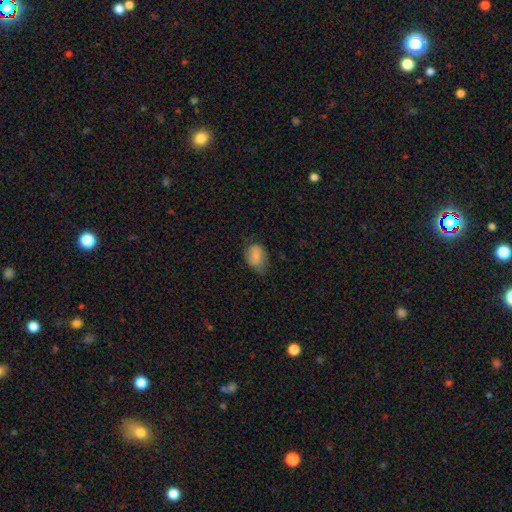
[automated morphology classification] A smooth galaxy with no disk features (79%) that is in between round and cigar-shaped (79%).

Vote fractions:
- Smooth or featured? smooth: 79% / featured or disk: 14% / star or artifact: 8%
- How rounded? in between: 79% / round: 20% / cigar-shaped: 1%
- Merging? none: 53% / minor disturbance: 33% / major disturbance: 12% / merger: 1%